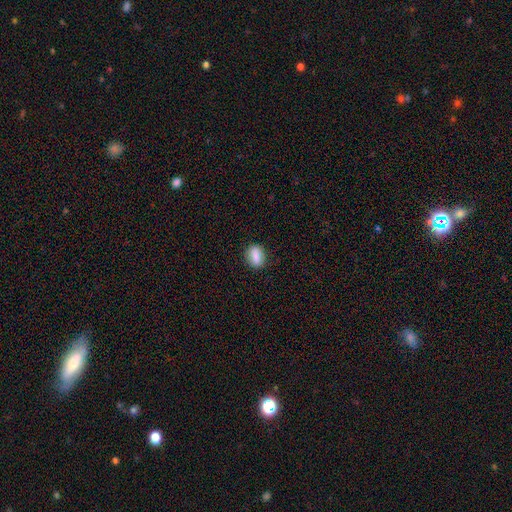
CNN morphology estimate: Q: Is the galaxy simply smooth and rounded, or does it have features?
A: smooth — 81%.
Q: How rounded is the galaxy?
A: in between — 66%.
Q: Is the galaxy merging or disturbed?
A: none — 87%.